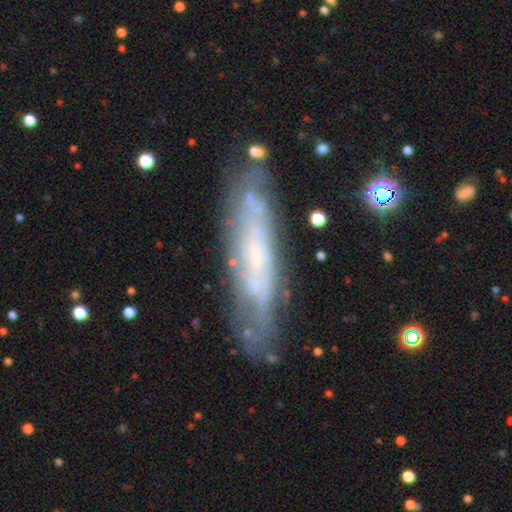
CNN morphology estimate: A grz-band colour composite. It shows a featured or disk galaxy (68%). Merging: none (77%).